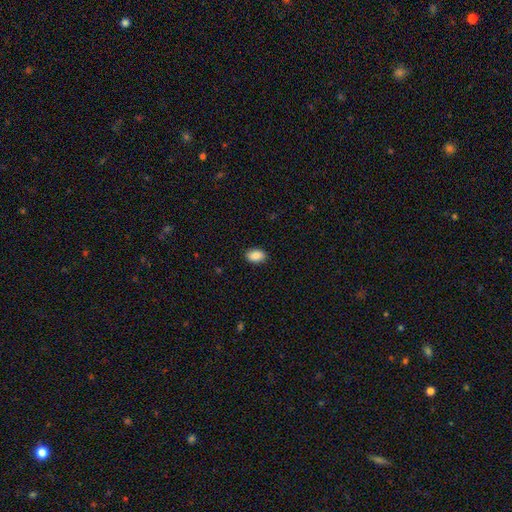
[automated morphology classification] Smooth or featured? smooth (88%)
How rounded? in between (89%)
Merging? none (88%)